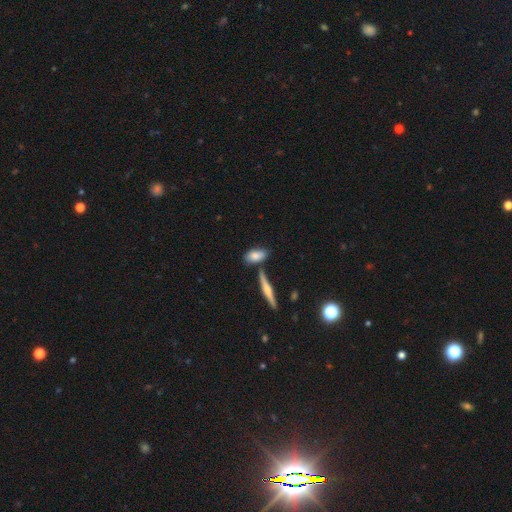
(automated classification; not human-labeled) smooth-or-featured: smooth: 76% | featured or disk: 18% | star or artifact: 7%
  how-rounded: in between: 83% | cigar-shaped: 12% | round: 5%
  merging: none: 65% | minor disturbance: 17% | merger: 14% | major disturbance: 4%